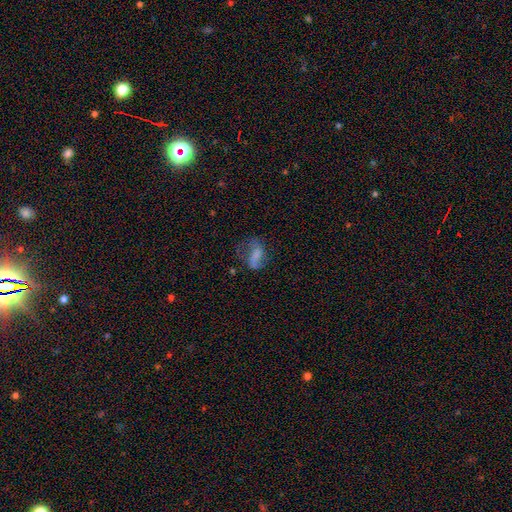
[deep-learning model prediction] This is possibly a featured or disk galaxy (48%). Merging: marginally none (37%).